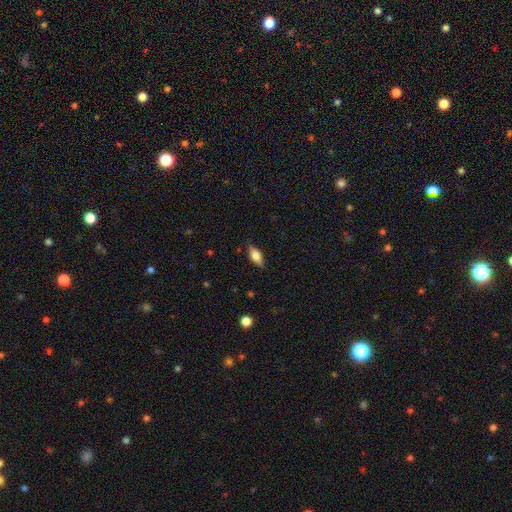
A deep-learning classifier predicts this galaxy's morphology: Smooth or featured?
  - smooth: 65% *
  - featured or disk: 27%
  - star or artifact: 7%
How rounded?
  - in between: 79% *
  - cigar-shaped: 17%
  - round: 4%
Merging?
  - none: 83% *
  - minor disturbance: 13%
  - major disturbance: 3%
  - merger: 1%